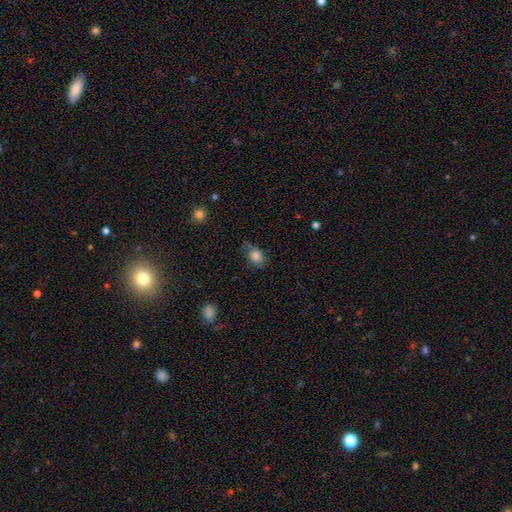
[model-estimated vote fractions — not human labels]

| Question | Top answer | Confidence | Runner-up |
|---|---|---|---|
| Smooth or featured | smooth | 82% | star or artifact (9%) |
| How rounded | in between | 60% | round (38%) |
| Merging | none | 54% | minor disturbance (32%) |